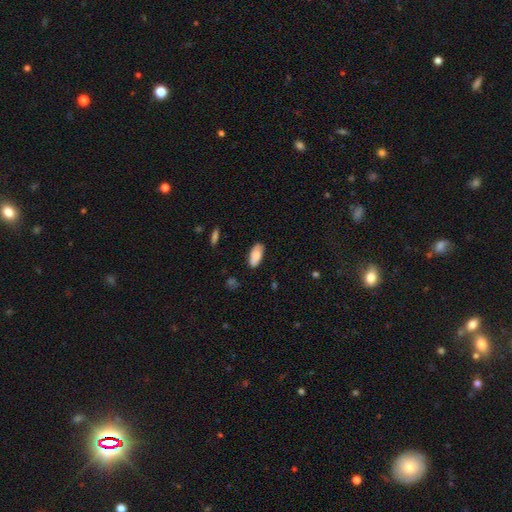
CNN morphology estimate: Smooth or featured: smooth — 84% (featured or disk — 9%)
How rounded: in between — 90% (cigar-shaped — 8%)
Merging: none — 80% (minor disturbance — 16%)